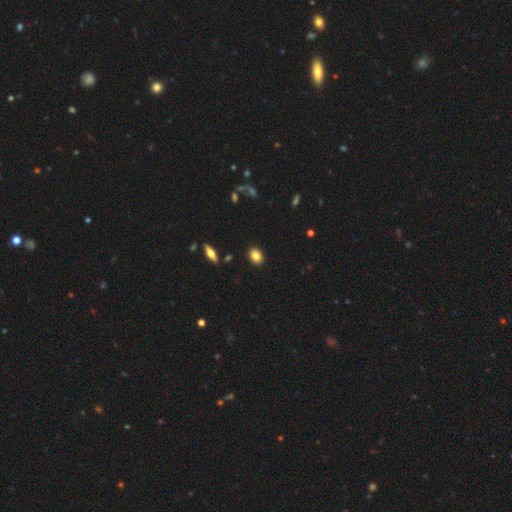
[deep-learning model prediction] Morphology: type=smooth (84%); roundness=in between (64%); merging=none (89%).